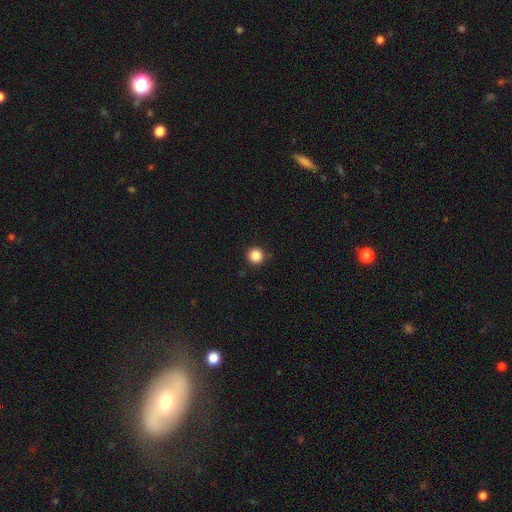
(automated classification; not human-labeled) smooth 87%, star or artifact 11%, featured or disk 3%. Down the decision tree: how rounded — round (96%); merging — none (90%).